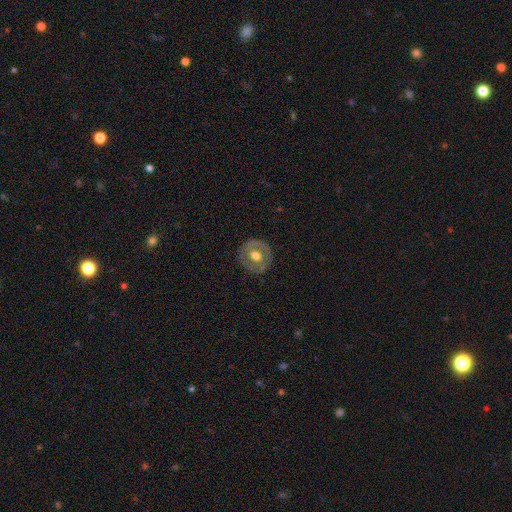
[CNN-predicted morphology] Q: Smooth or featured?
A: featured or disk (48%); runner-up: smooth (46%)
Q: Merging?
A: none (84%); runner-up: minor disturbance (11%)